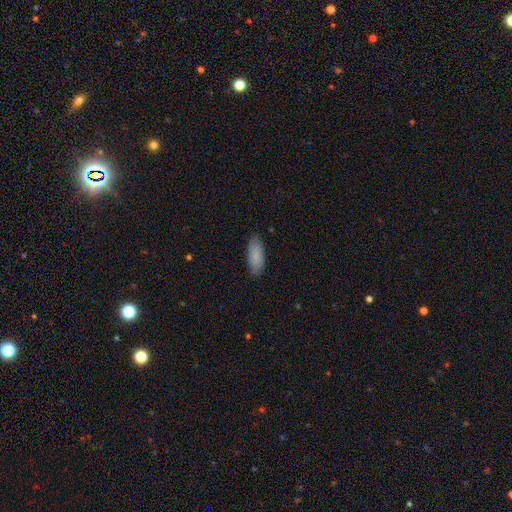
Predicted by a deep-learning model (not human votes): A smooth galaxy with no disk features (88%) that is in between round and cigar-shaped (72%).

Vote fractions:
- Smooth or featured? smooth: 88% / featured or disk: 7% / star or artifact: 6%
- How rounded? in between: 72% / cigar-shaped: 27% / round: 1%
- Merging? none: 87% / minor disturbance: 10% / major disturbance: 2% / merger: 1%